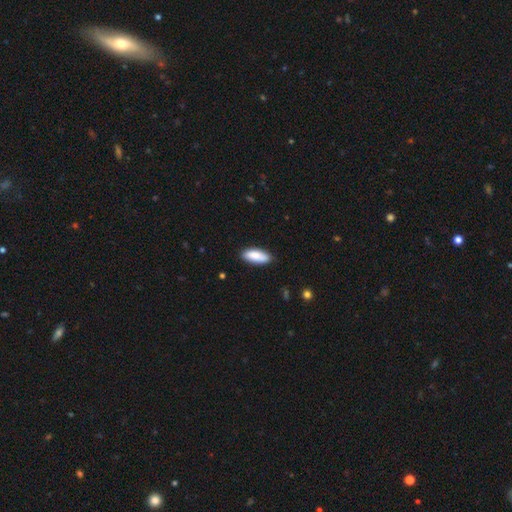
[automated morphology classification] Smooth or featured?
  - smooth: 86% *
  - featured or disk: 8%
  - star or artifact: 6%
How rounded?
  - in between: 77% *
  - cigar-shaped: 21%
  - round: 2%
Merging?
  - none: 84% *
  - minor disturbance: 12%
  - major disturbance: 2%
  - merger: 1%